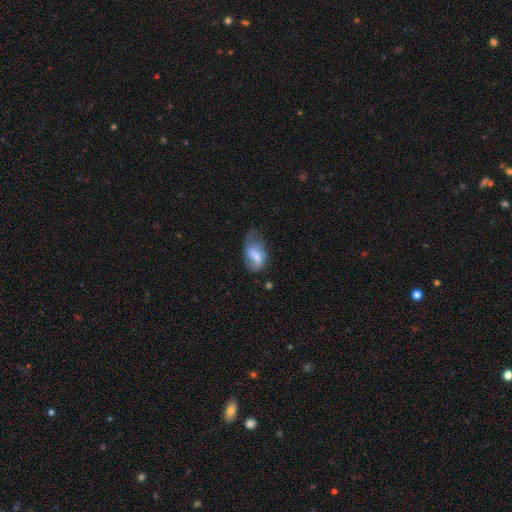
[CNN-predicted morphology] A smooth galaxy with no disk features (50%) that is in between round and cigar-shaped (88%). Merging: minor disturbance (35%).